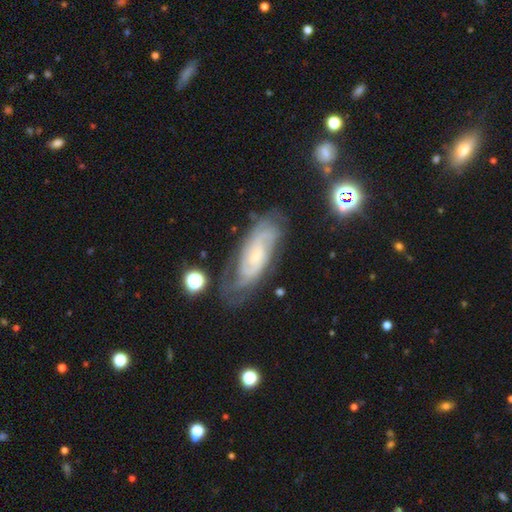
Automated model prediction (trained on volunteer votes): This is clearly a featured or disk galaxy (81%). It is clearly not viewed edge-on (91%). Bar: possibly no (60%). Spiral arm pattern: clearly yes (95%). Spiral arm count: marginally 2 (44%). Spiral winding: possibly tight (55%). Central bulge: likely small (65%). Merging: likely none (67%).